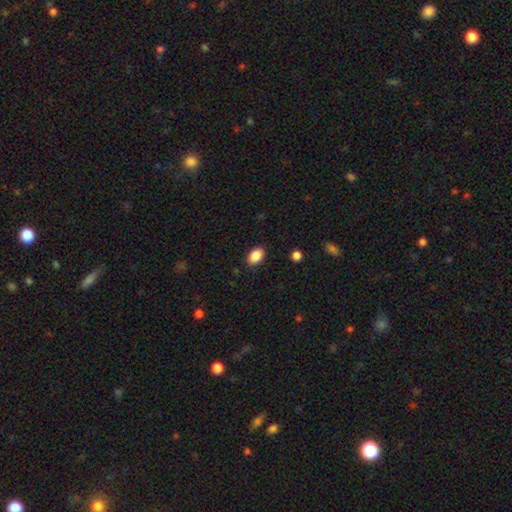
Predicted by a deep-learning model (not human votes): Morphology: type=smooth (88%); roundness=in between (87%); merging=none (88%).